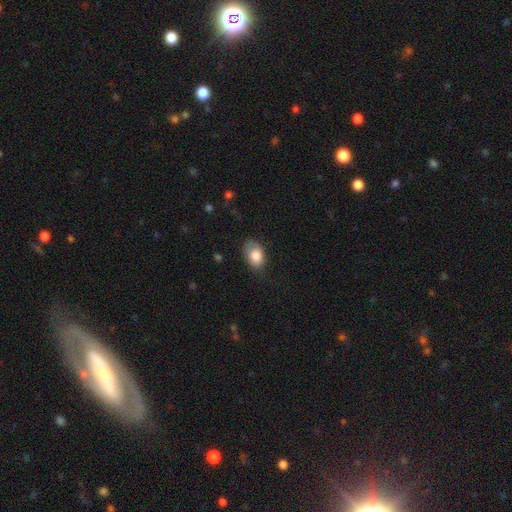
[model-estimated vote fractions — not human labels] Smooth or featured?
  - smooth: 83% *
  - featured or disk: 10%
  - star or artifact: 7%
How rounded?
  - in between: 87% *
  - round: 12%
  - cigar-shaped: 1%
Merging?
  - none: 65% *
  - minor disturbance: 26%
  - major disturbance: 7%
  - merger: 1%